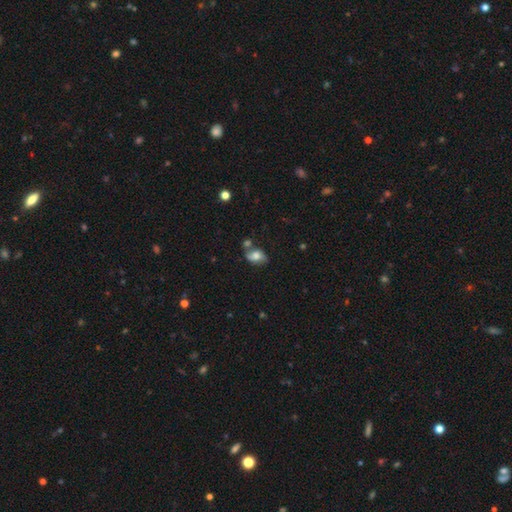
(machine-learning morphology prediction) smooth_or_featured: smooth (p=0.62) [alt: featured or disk p=0.29]
how_rounded: in between (p=0.82) [alt: round p=0.16]
merging: none (p=0.50) [alt: minor disturbance p=0.22]